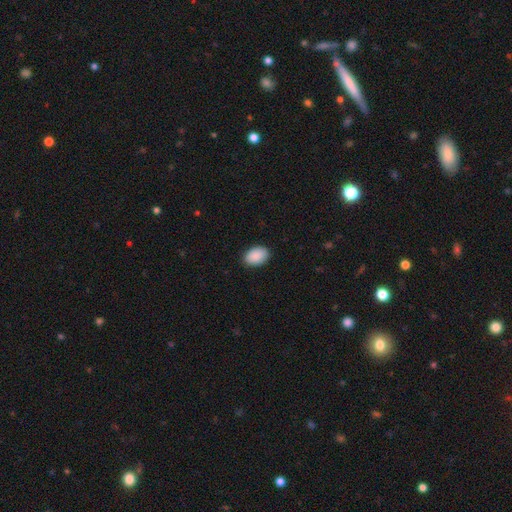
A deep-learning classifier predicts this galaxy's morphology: A smooth galaxy with no disk features (91%) that is in between round and cigar-shaped (88%). Merging: none (88%).